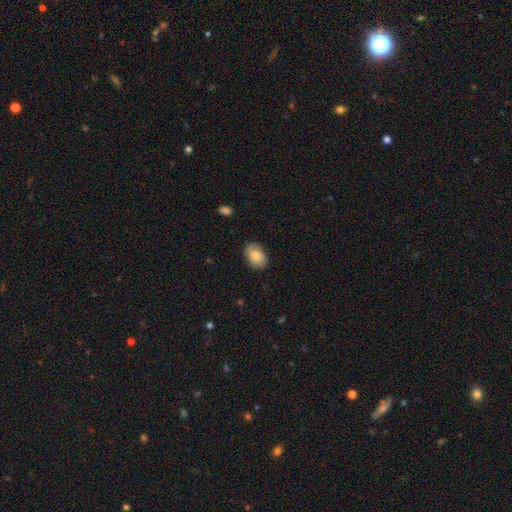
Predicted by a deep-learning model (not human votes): Morphology: type=smooth (82%); roundness=in between (89%); merging=none (84%).